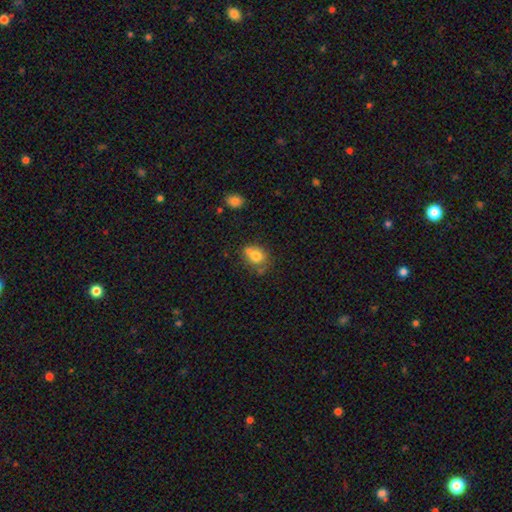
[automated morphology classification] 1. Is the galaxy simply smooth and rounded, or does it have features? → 73% smooth, 16% featured or disk, 11% star or artifact.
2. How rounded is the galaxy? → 66% round, 33% in between, 1% cigar-shaped.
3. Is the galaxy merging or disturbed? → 44% none, 35% merger, 15% minor disturbance, 6% major disturbance.